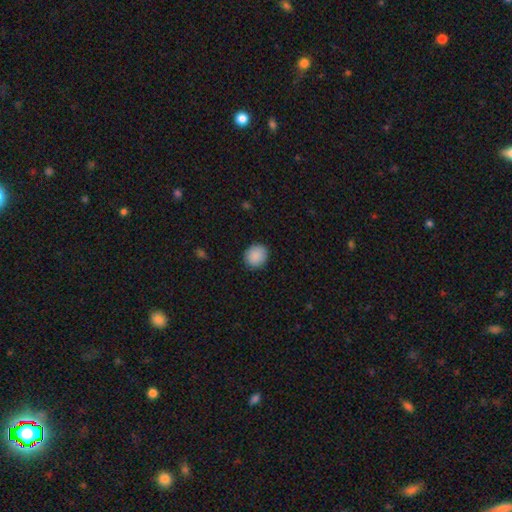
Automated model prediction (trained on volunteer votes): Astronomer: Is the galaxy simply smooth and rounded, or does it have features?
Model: smooth — 90%.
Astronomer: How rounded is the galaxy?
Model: round — 79%.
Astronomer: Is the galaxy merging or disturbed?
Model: none — 89%.